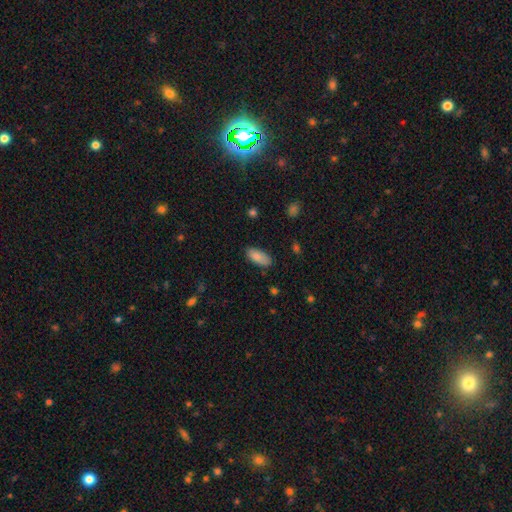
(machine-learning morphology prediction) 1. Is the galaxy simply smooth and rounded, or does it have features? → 87% smooth, 7% star or artifact, 6% featured or disk.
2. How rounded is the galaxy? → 88% in between, 10% cigar-shaped, 2% round.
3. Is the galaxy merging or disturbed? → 80% none, 15% minor disturbance, 3% major disturbance, 1% merger.